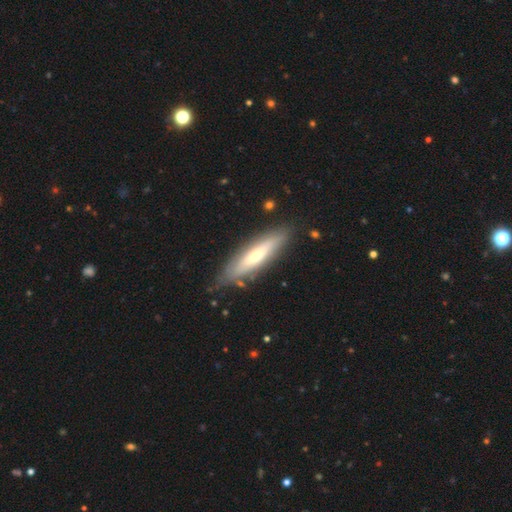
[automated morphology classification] Smooth or featured? featured or disk (50%)
Merging? none (81%)